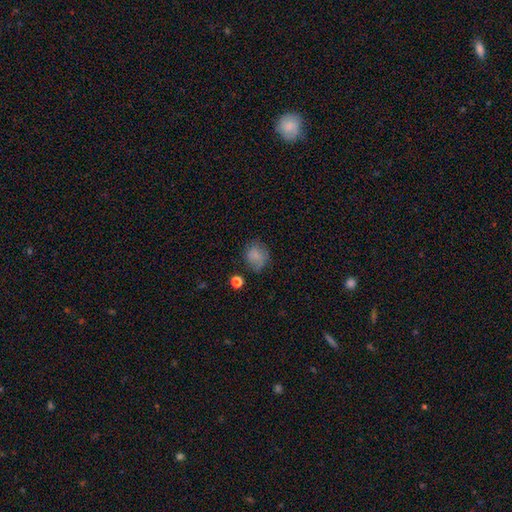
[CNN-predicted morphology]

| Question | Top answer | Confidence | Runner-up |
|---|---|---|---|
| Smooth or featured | smooth | 76% | featured or disk (12%) |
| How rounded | round | 68% | in between (31%) |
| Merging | none | 60% | minor disturbance (25%) |